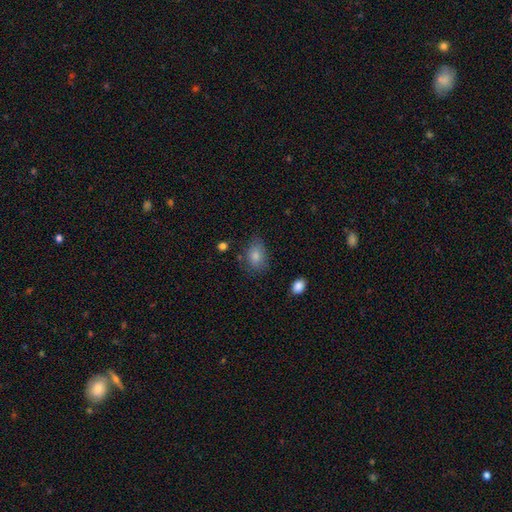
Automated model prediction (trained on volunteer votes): A smooth galaxy with no disk features (82%) that is in between round and cigar-shaped (76%).

Vote fractions:
- Smooth or featured? smooth: 82% / featured or disk: 9% / star or artifact: 8%
- How rounded? in between: 76% / round: 23% / cigar-shaped: 1%
- Merging? none: 67% / minor disturbance: 23% / major disturbance: 7% / merger: 3%